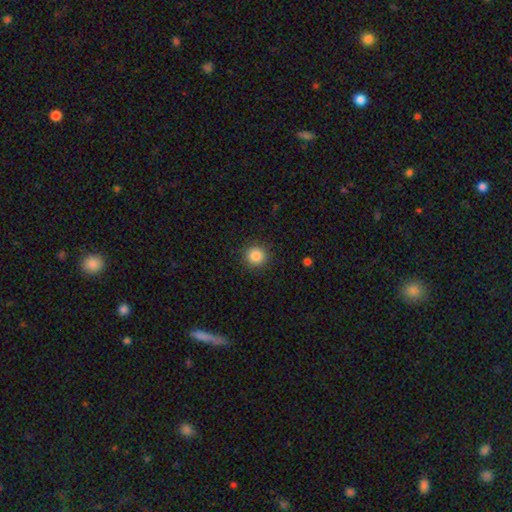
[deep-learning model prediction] smooth_or_featured: smooth (p=0.86) [alt: star or artifact p=0.10]
how_rounded: round (p=0.93) [alt: in between p=0.06]
merging: none (p=0.90) [alt: minor disturbance p=0.06]